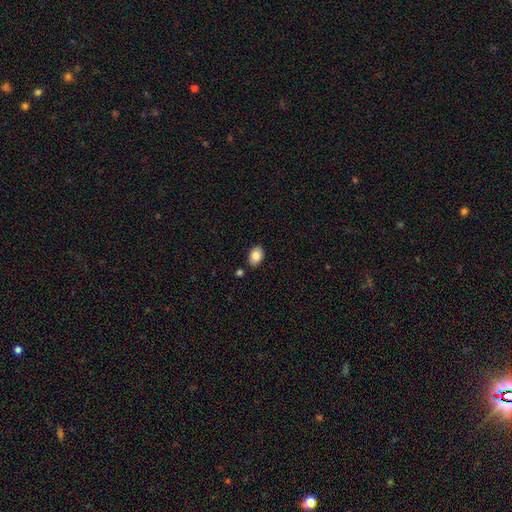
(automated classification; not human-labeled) This appears to be a smooth galaxy with no disk features (84%) that is in between round and cigar-shaped (84%). Merging: none (84%).